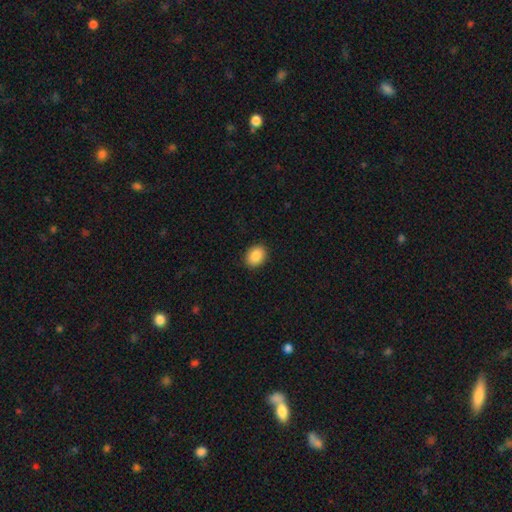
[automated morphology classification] smooth 87%, star or artifact 8%, featured or disk 5%. Down the decision tree: how rounded — in between (56%); merging — none (90%).